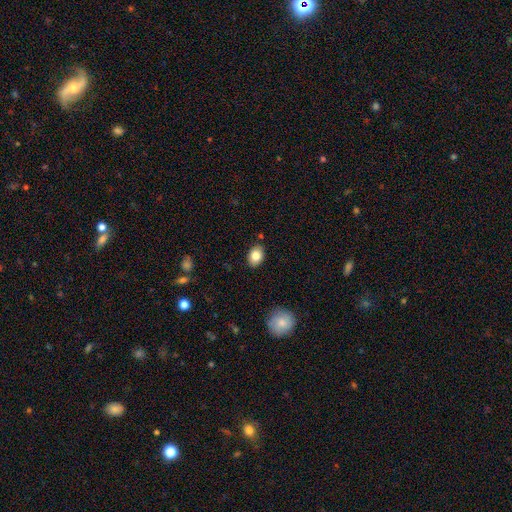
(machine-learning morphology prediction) A smooth galaxy with no disk features (82%) that is in between round and cigar-shaped (77%). Merging: none (86%).